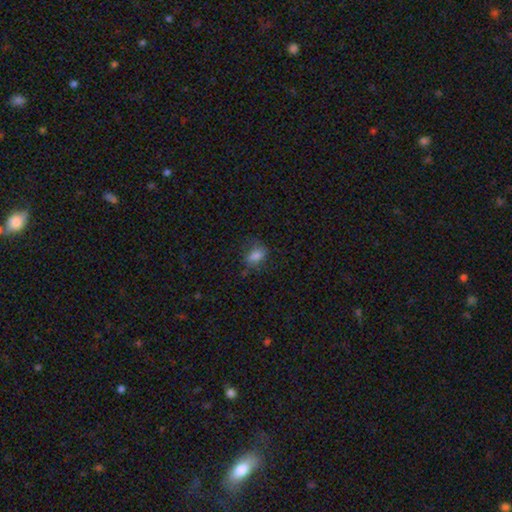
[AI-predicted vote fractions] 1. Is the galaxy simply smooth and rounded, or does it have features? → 78% smooth, 11% star or artifact, 11% featured or disk.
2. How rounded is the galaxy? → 81% in between, 16% round, 3% cigar-shaped.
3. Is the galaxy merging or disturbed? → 61% none, 24% minor disturbance, 13% major disturbance, 2% merger.